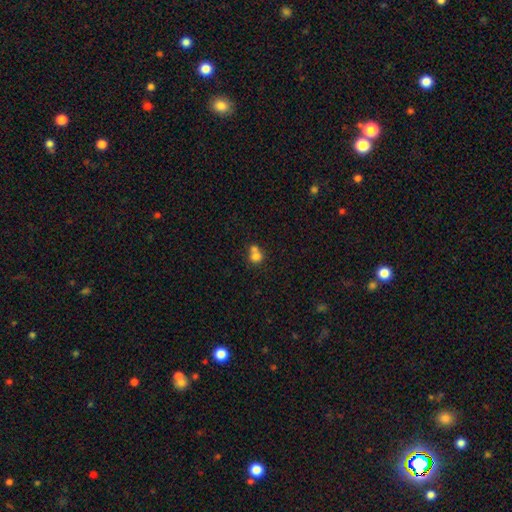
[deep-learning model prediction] Q: Smooth or featured?
A: smooth (75%); runner-up: featured or disk (13%)
Q: How rounded?
A: round (73%); runner-up: in between (26%)
Q: Merging?
A: merger (58%); runner-up: none (31%)